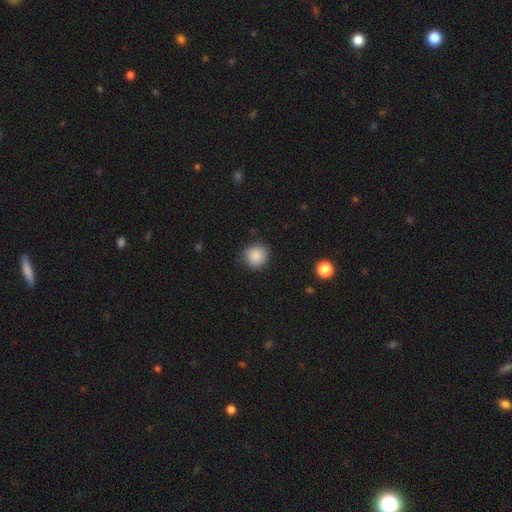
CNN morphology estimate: Smooth or featured: smooth — 87% (star or artifact — 9%)
How rounded: round — 90% (in between — 9%)
Merging: none — 83% (minor disturbance — 13%)